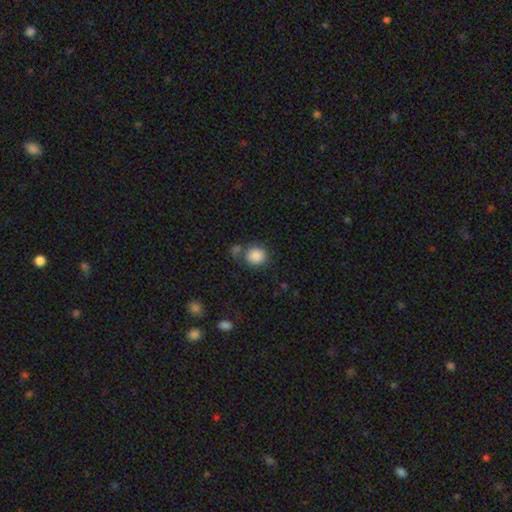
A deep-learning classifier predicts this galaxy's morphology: smooth 87%, star or artifact 9%, featured or disk 4%. Down the decision tree: how rounded — round (80%); merging — none (66%).